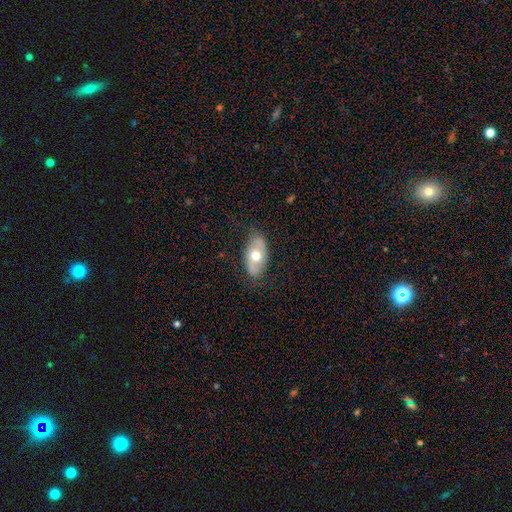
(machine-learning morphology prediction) Smooth or featured? Predicted: smooth (p=0.52). How rounded? Predicted: in between (p=0.91). Merging? Predicted: none (p=0.78).